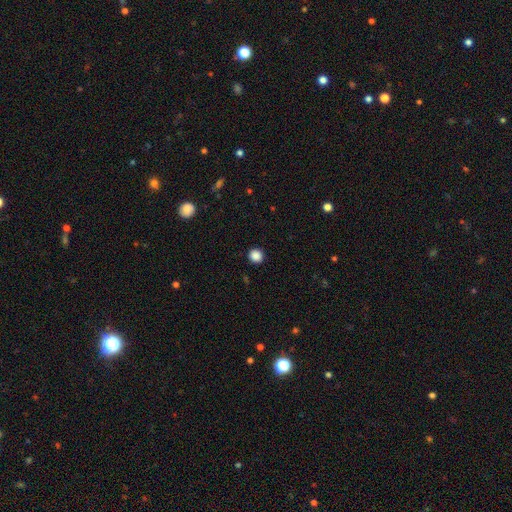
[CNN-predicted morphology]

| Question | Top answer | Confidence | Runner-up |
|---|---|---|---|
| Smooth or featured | smooth | 87% | star or artifact (10%) |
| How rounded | round | 93% | in between (6%) |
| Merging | none | 92% | minor disturbance (5%) |